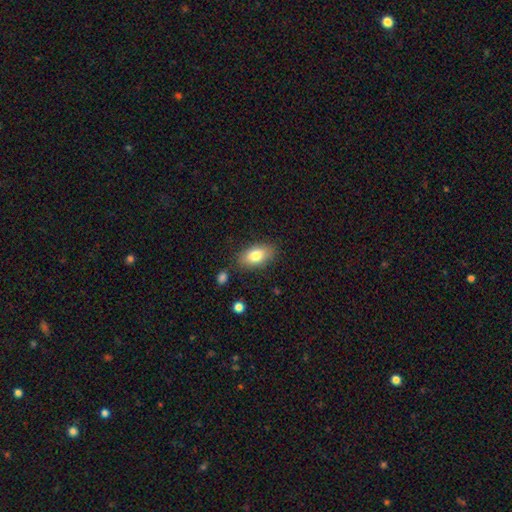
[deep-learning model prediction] Morphology: type=smooth (79%); roundness=in between (90%); merging=none (82%).